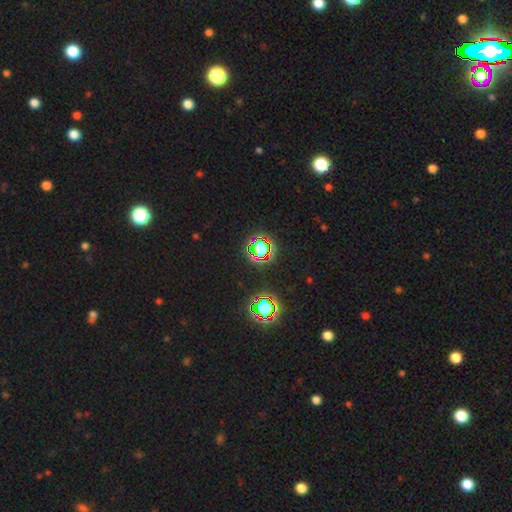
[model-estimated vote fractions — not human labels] Morphology: type=star or artifact (76%).